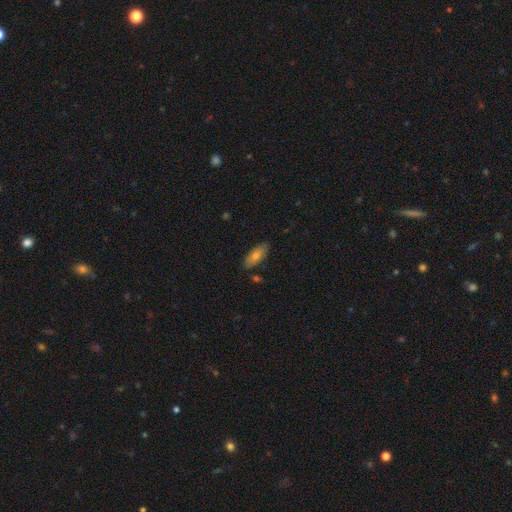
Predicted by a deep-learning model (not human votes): A smooth galaxy with no disk features (69%) that is in between round and cigar-shaped (83%). Merging: none (84%).